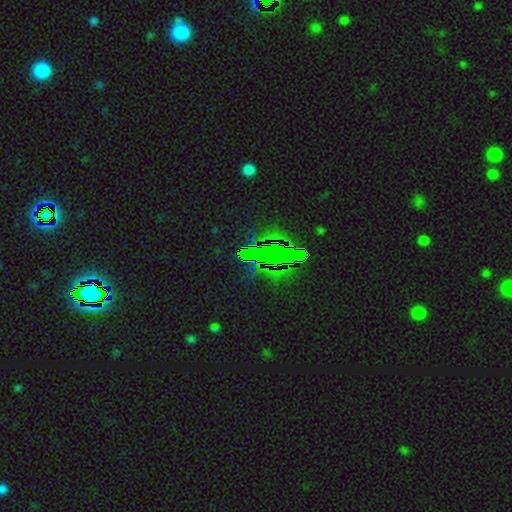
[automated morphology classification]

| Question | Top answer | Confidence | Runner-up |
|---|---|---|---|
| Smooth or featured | star or artifact | 78% | smooth (11%) |